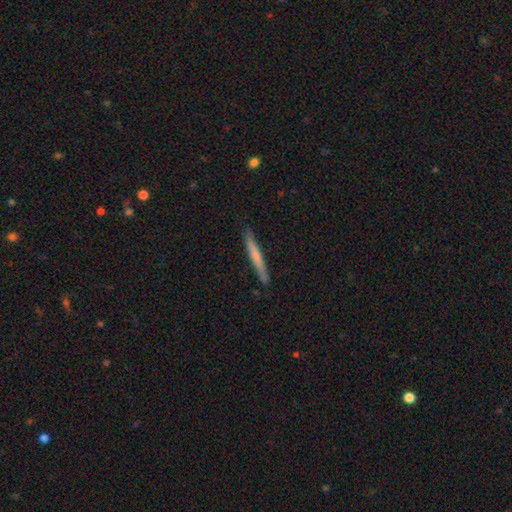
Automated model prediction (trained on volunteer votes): Smooth or featured?
  - smooth: 62% *
  - featured or disk: 33%
  - star or artifact: 5%
How rounded?
  - cigar-shaped: 97% *
  - in between: 2%
  - round: 1%
Merging?
  - none: 88% *
  - minor disturbance: 9%
  - major disturbance: 2%
  - merger: 1%